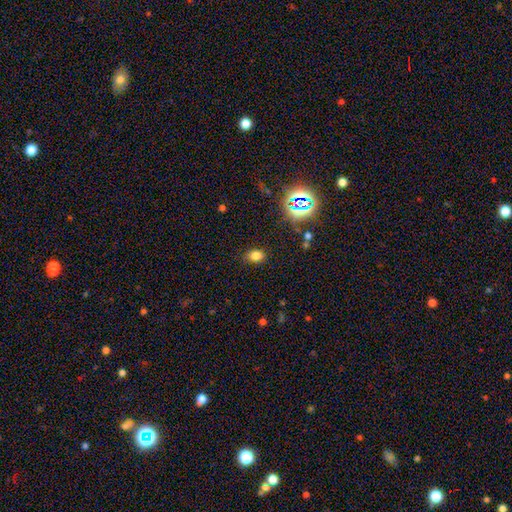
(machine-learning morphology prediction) Smooth or featured? smooth (74%)
How rounded? in between (69%)
Merging? none (80%)